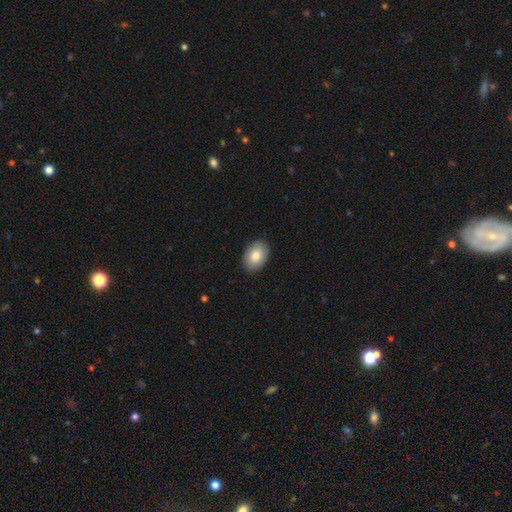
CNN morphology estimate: Overall: smooth (85%). How rounded: in between (84%). Merging: none (89%).